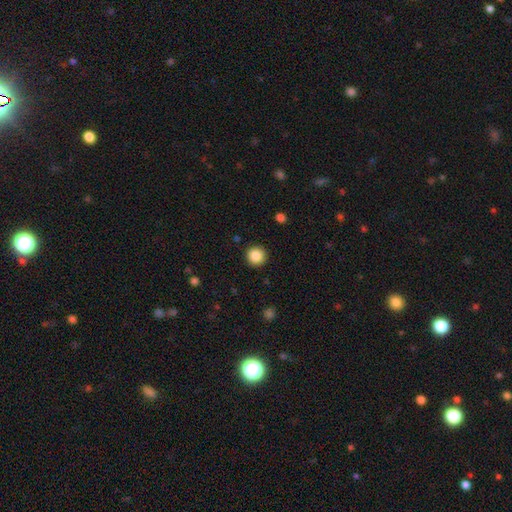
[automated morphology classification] The model was most divided on "smooth or featured": smooth: 88%, star or artifact: 9%, featured or disk: 3%. More confident: how rounded — round (95%); merging — none (92%).